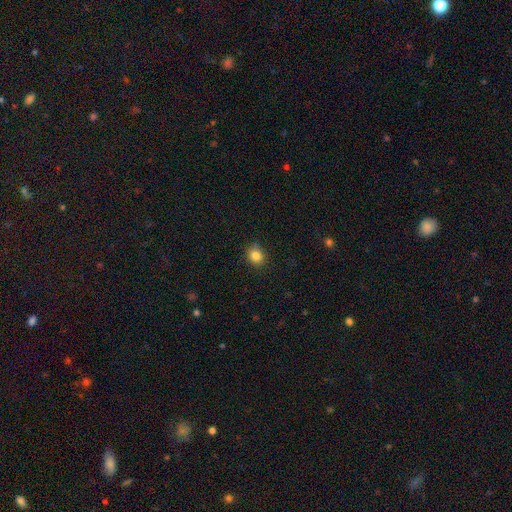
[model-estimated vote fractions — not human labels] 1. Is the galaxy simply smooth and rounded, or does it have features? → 84% smooth, 10% star or artifact, 5% featured or disk.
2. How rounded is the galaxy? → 66% round, 33% in between, 1% cigar-shaped.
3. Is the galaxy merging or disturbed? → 84% none, 12% minor disturbance, 2% major disturbance, 1% merger.